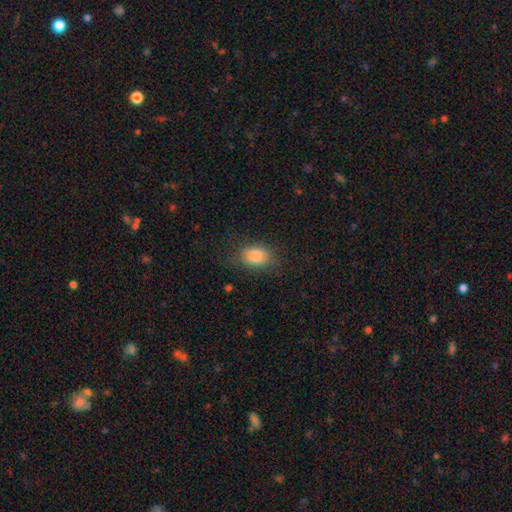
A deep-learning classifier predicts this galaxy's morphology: smooth_or_featured: smooth (p=0.84) [alt: star or artifact p=0.09]
how_rounded: in between (p=0.75) [alt: round p=0.23]
merging: none (p=0.73) [alt: minor disturbance p=0.19]